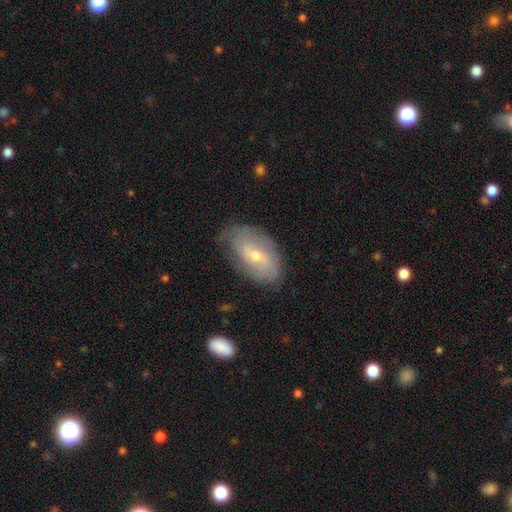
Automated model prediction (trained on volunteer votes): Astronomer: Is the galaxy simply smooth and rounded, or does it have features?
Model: featured or disk — 61%.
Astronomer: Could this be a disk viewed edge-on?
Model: no — 92%.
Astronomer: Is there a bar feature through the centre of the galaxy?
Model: no — 46% (runner-up: weak, 42%).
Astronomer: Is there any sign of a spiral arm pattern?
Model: yes — 74%.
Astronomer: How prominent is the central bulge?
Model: small — 55% (runner-up: moderate, 42%).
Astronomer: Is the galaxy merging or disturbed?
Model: none — 69%.